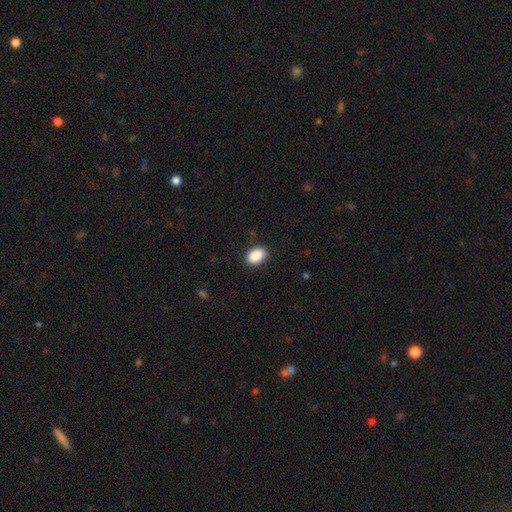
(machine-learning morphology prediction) Smooth or featured? Predicted: smooth (p=0.90). How rounded? Predicted: in between (p=0.83). Merging? Predicted: none (p=0.86).